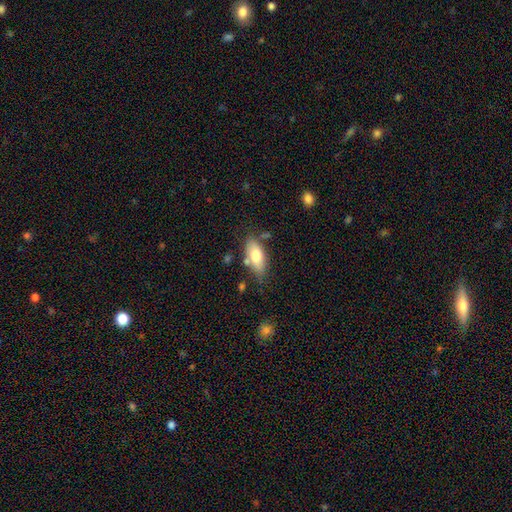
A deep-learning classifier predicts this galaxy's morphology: smooth 74%, featured or disk 19%, star or artifact 7%. Down the decision tree: how rounded — in between (85%); merging — none (69%).